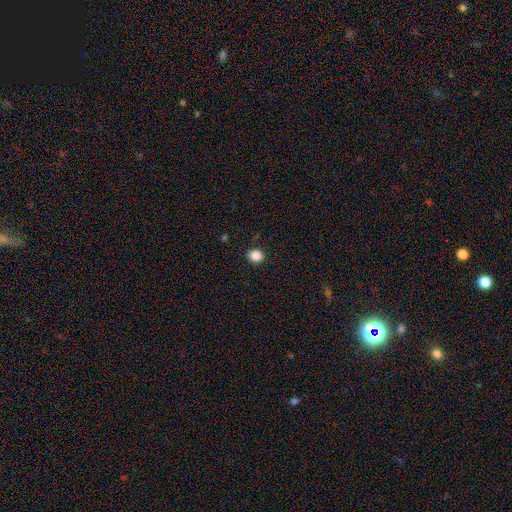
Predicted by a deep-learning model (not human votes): A smooth galaxy with no disk features (87%) that is round (64%).

Vote fractions:
- Smooth or featured? smooth: 87% / star or artifact: 10% / featured or disk: 3%
- How rounded? round: 64% / in between: 35% / cigar-shaped: 1%
- Merging? none: 90% / minor disturbance: 7% / major disturbance: 2% / merger: 1%